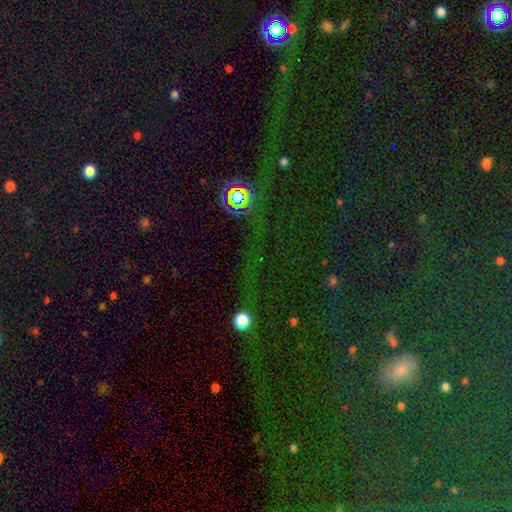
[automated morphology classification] This is likely a star or artifact rather than a galaxy (67%).